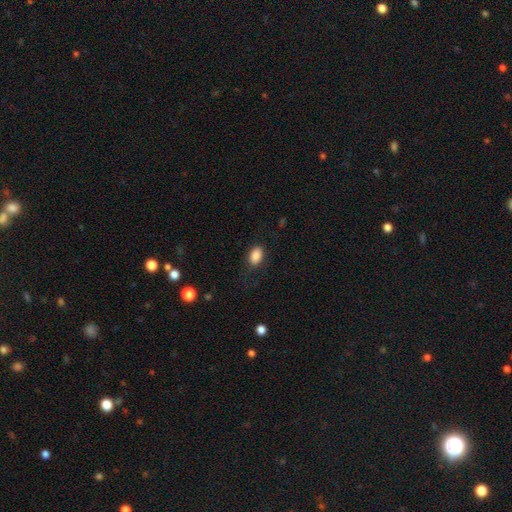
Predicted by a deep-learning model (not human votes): Overall: smooth (88%). How rounded: in between (89%). Merging: none (78%).